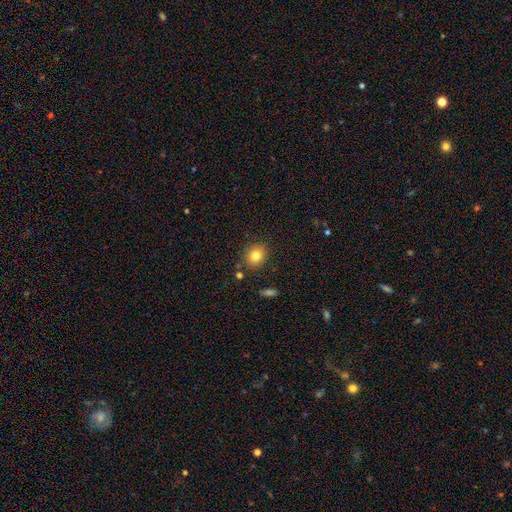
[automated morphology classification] The model was most divided on "how rounded": round: 75%, in between: 24%, cigar-shaped: 1%. More confident: merging — none (84%); smooth or featured — smooth (81%).